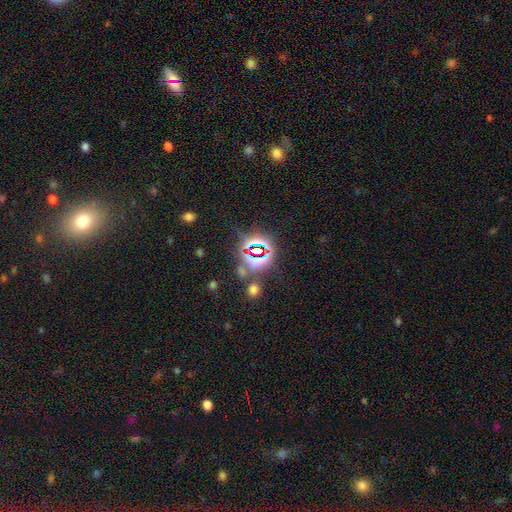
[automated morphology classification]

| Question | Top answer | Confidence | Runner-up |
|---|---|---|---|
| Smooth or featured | star or artifact | 78% | smooth (14%) |